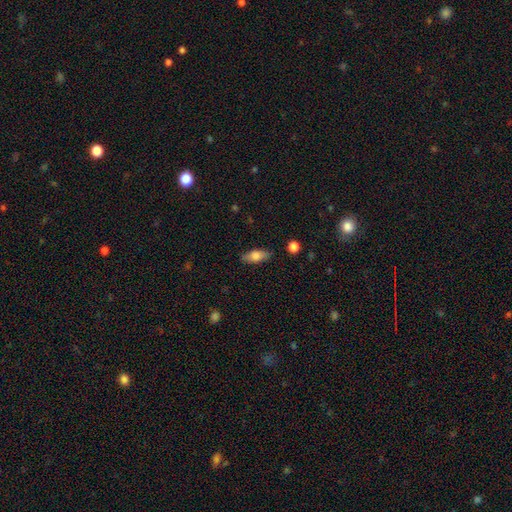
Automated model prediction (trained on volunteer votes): Smooth or featured? smooth (68%)
How rounded? in between (72%)
Merging? none (84%)